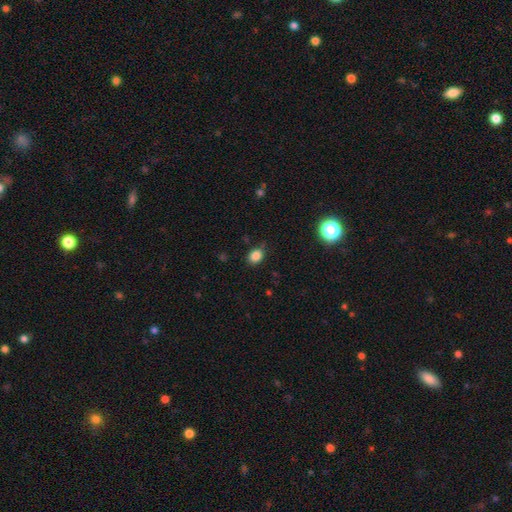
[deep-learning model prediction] Morphology: type=smooth (84%); roundness=in between (51%); merging=none (79%).